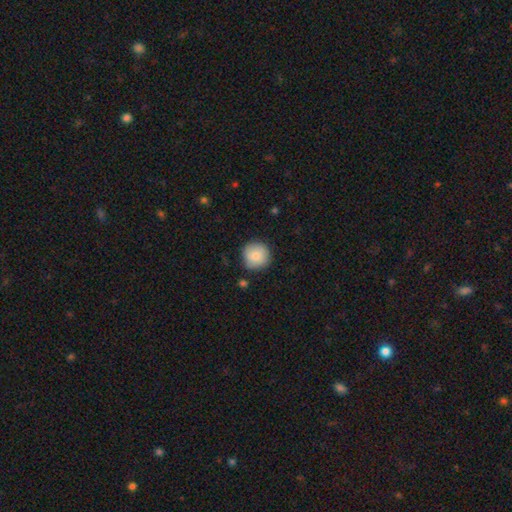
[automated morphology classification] Overall: smooth (84%). How rounded: round (94%). Merging: none (83%).